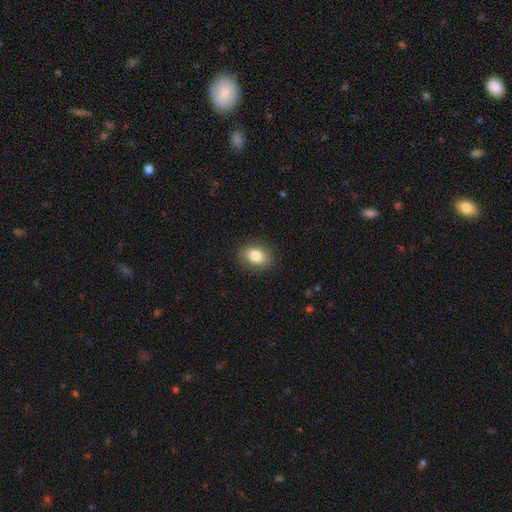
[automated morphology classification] type=smooth (83%); roundness=in between (75%); merging=none (87%).